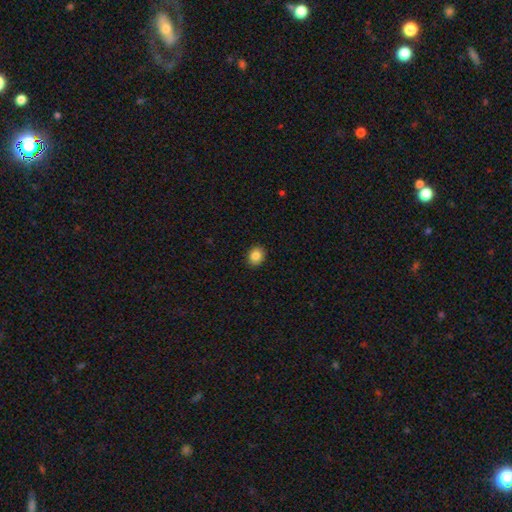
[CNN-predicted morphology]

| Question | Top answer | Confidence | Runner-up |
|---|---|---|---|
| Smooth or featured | smooth | 86% | star or artifact (9%) |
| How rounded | round | 62% | in between (37%) |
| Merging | none | 91% | minor disturbance (6%) |